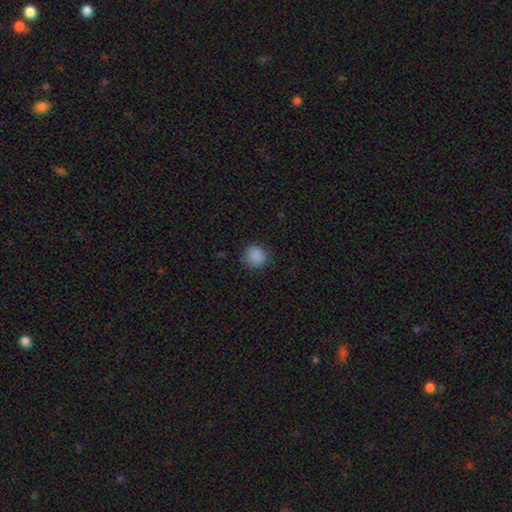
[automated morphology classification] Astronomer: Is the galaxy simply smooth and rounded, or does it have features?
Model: smooth — 87%.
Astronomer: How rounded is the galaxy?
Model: round — 85%.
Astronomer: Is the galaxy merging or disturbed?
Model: none — 85%.